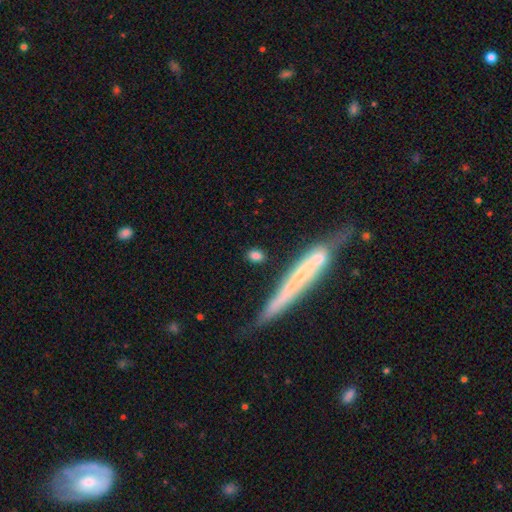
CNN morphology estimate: Smooth or featured?
  - smooth: 80% *
  - featured or disk: 11%
  - star or artifact: 8%
How rounded?
  - in between: 57% *
  - round: 28%
  - cigar-shaped: 15%
Merging?
  - none: 82% *
  - minor disturbance: 10%
  - merger: 4%
  - major disturbance: 3%